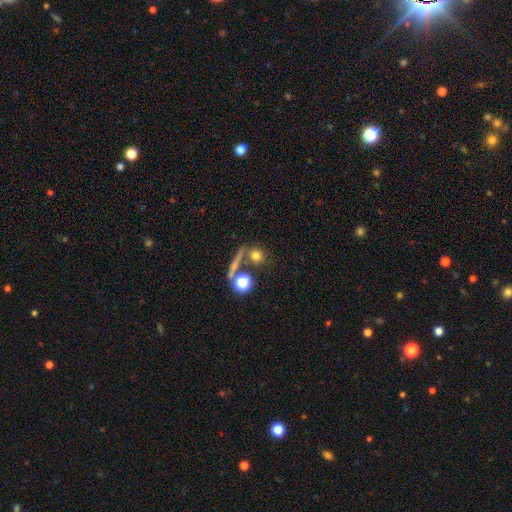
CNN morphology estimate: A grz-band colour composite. It shows a smooth galaxy with no disk features (71%) that is round (82%). Merging: none (64%).